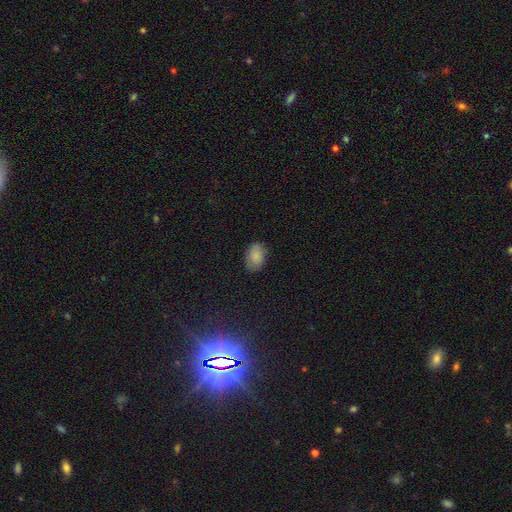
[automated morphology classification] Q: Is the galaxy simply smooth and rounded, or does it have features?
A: smooth — 83%.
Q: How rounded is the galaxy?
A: in between — 86%.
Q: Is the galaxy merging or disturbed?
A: none — 79%.